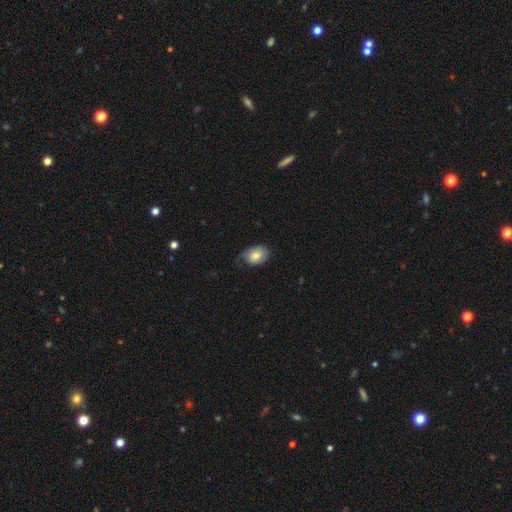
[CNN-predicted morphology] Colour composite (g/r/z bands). It shows a smooth galaxy with no disk features (74%) that is in between round and cigar-shaped (81%). Merging: none (47%).